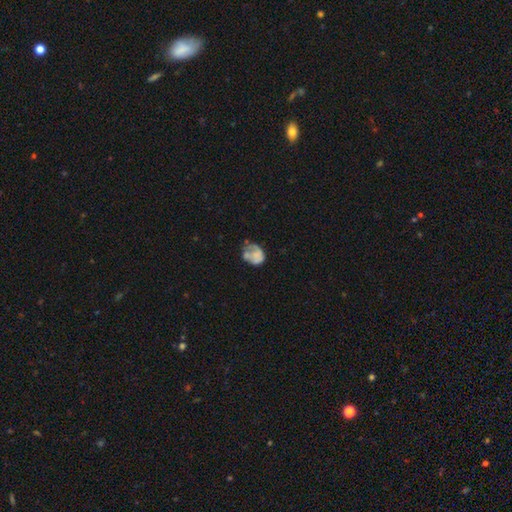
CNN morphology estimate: Smooth or featured? Predicted: smooth (p=0.49). Merging? Predicted: none (p=0.35).